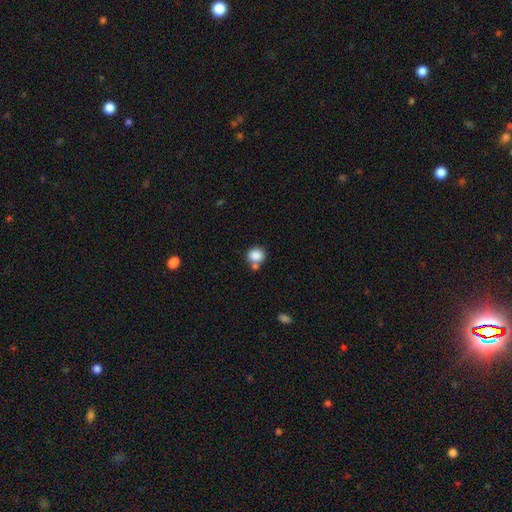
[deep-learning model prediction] Smooth or featured: smooth — 85% (star or artifact — 10%)
How rounded: round — 82% (in between — 17%)
Merging: none — 61% (merger — 24%)